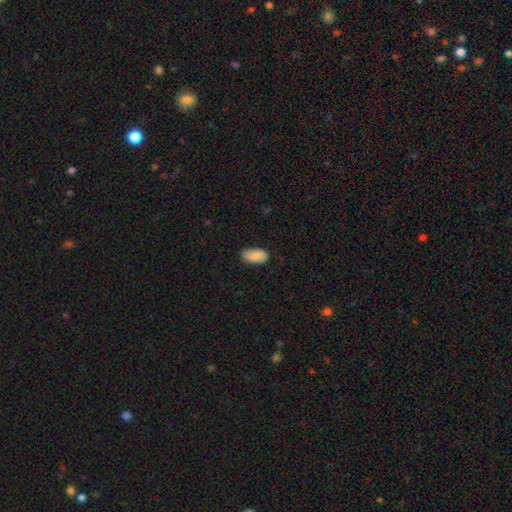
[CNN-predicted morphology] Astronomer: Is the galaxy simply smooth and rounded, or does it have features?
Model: smooth — 86%.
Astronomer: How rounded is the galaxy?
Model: in between — 95%.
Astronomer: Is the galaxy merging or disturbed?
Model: none — 80%.